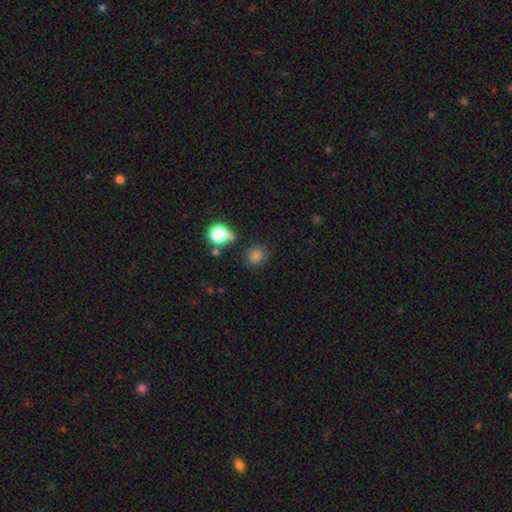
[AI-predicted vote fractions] The model was most divided on "merging": none: 75%, minor disturbance: 15%, merger: 5%, major disturbance: 5%. More confident: how rounded — round (82%); smooth or featured — smooth (77%).